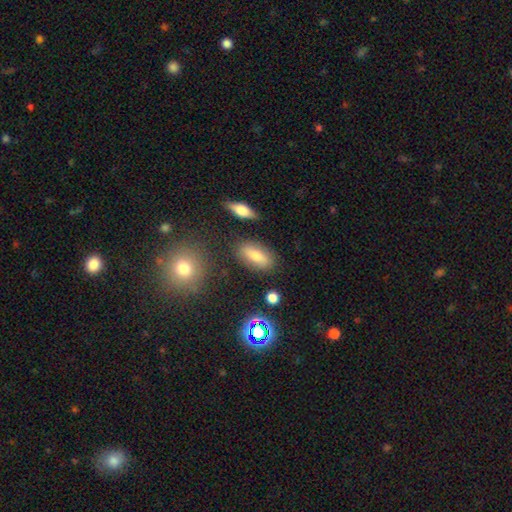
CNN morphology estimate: Overall: smooth (72%). How rounded: in between (79%). Merging: none (84%).